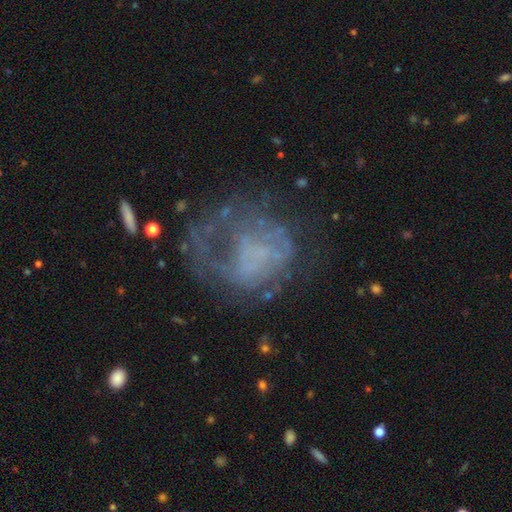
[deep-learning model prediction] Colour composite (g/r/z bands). It shows a featured or disk galaxy (59%) with no bar (82%), no spiral arms (66%) and no central bulge (73%). Merging: none (41%).